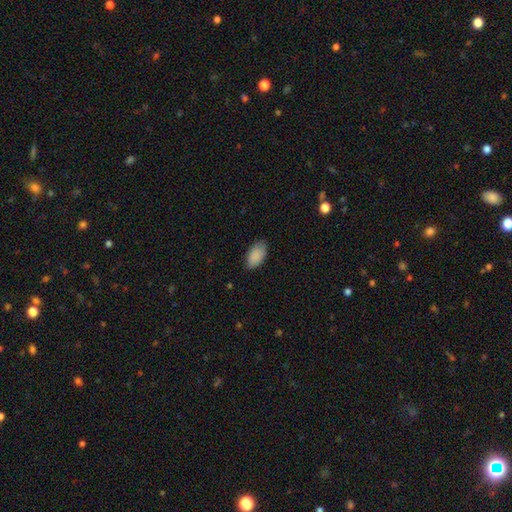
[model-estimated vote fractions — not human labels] smooth_or_featured: smooth (p=0.89) [alt: star or artifact p=0.07]
how_rounded: in between (p=0.95) [alt: round p=0.03]
merging: none (p=0.75) [alt: minor disturbance p=0.20]